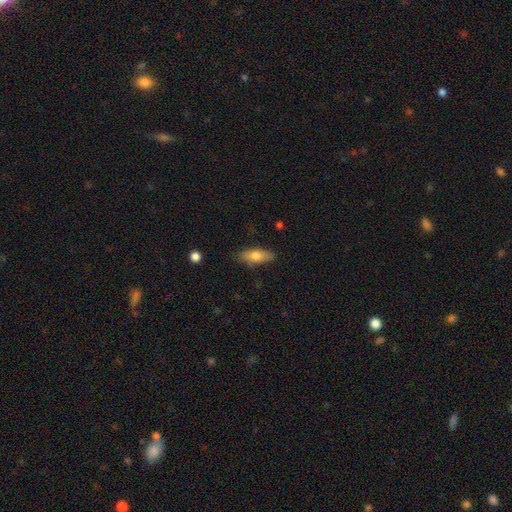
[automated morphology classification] A smooth galaxy with no disk features (70%) that is in between round and cigar-shaped (68%).

Vote fractions:
- Smooth or featured? smooth: 70% / featured or disk: 23% / star or artifact: 7%
- How rounded? in between: 68% / cigar-shaped: 29% / round: 3%
- Merging? none: 83% / minor disturbance: 13% / major disturbance: 3% / merger: 1%